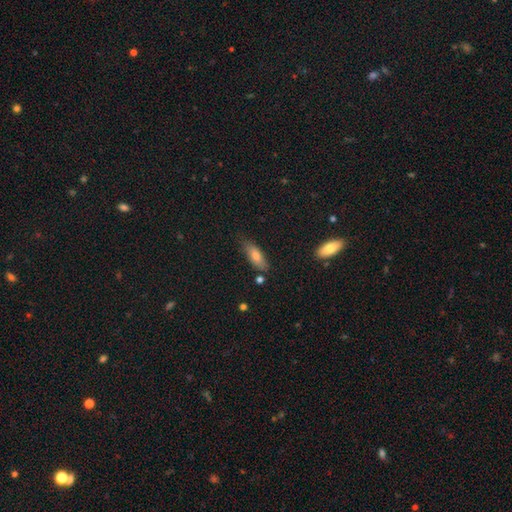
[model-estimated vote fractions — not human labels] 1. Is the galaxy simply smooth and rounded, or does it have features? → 72% smooth, 21% featured or disk, 7% star or artifact.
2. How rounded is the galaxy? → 63% in between, 35% cigar-shaped, 2% round.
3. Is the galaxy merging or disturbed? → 74% none, 19% minor disturbance, 3% merger, 3% major disturbance.